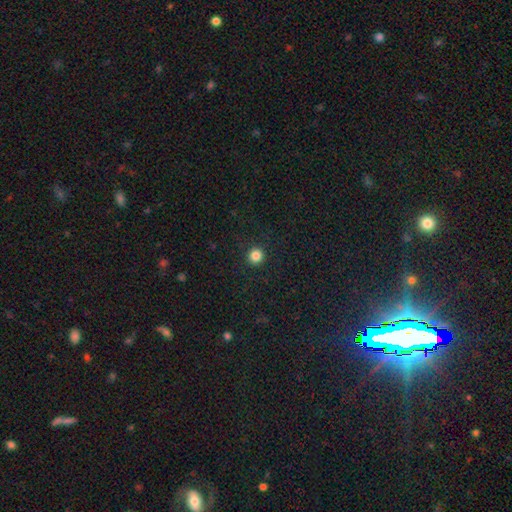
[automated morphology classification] Smooth or featured? Predicted: smooth (p=0.84). How rounded? Predicted: round (p=0.94). Merging? Predicted: none (p=0.93).